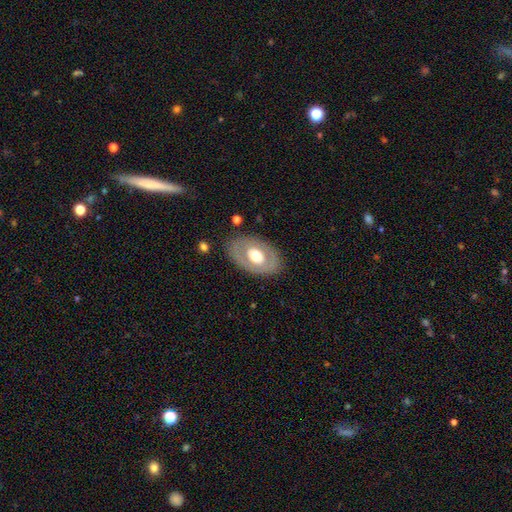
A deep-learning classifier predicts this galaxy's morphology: A featured or disk galaxy (52%).

Vote fractions:
- Smooth or featured? featured or disk: 52% / smooth: 43% / star or artifact: 5%
- Edge-on disk? no: 90% / yes: 10%
- Merging? none: 82% / minor disturbance: 12% / major disturbance: 5% / merger: 1%